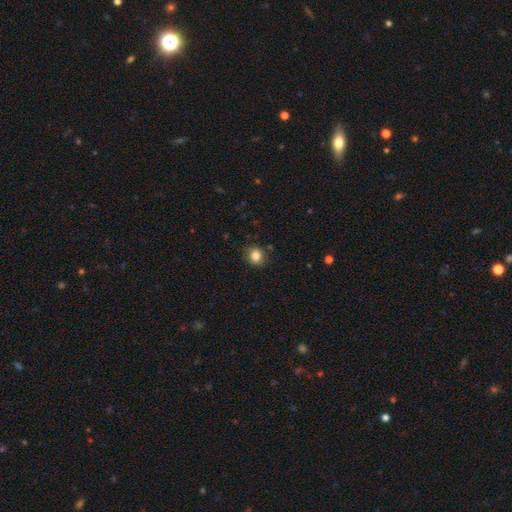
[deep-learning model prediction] Smooth or featured? smooth (83%)
How rounded? round (81%)
Merging? none (86%)